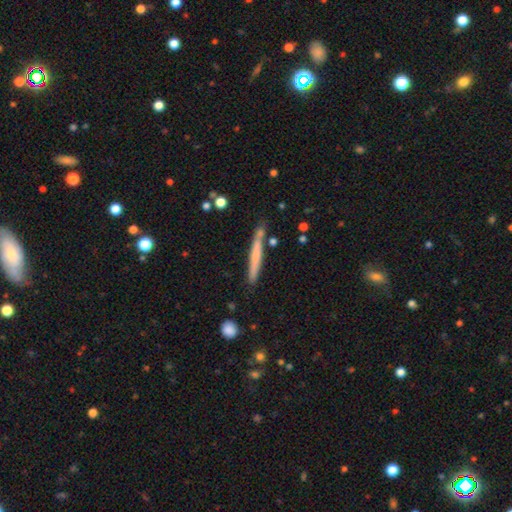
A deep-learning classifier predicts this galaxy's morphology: smooth 54%, featured or disk 40%, star or artifact 6%. Down the decision tree: how rounded — cigar-shaped (96%); merging — none (78%).